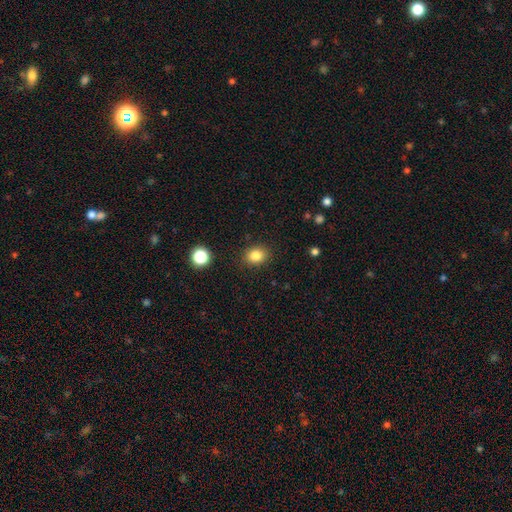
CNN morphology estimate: smooth 83%, star or artifact 11%, featured or disk 6%. Down the decision tree: how rounded — round (53%); merging — none (88%).